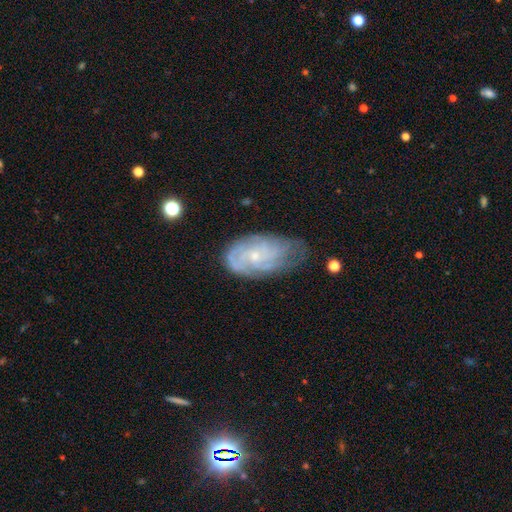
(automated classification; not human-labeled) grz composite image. It shows a featured or disk galaxy (74%) with no bar (75%), tight (64%) spiral arms (90%) and a small central bulge (77%). Merging: none (55%).